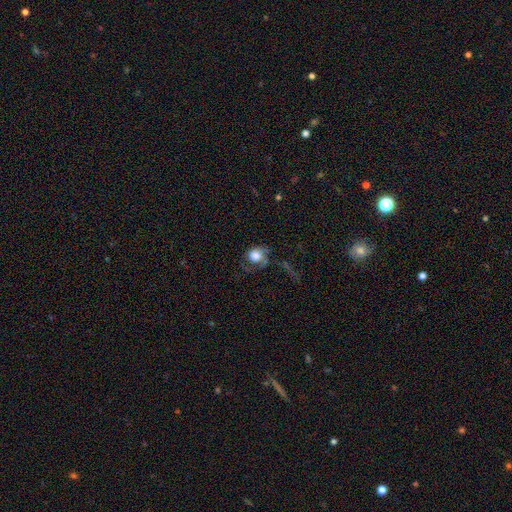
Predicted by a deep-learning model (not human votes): This is likely a smooth galaxy (63%). How rounded: likely round (74%). Merging: marginally none (41%).